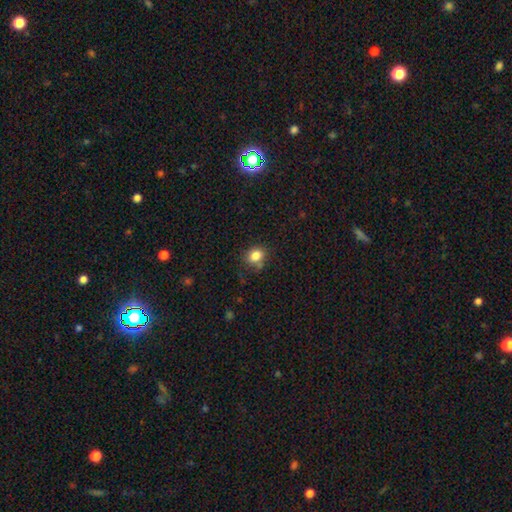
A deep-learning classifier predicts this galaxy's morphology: A smooth galaxy with no disk features (83%) that is round (63%).

Vote fractions:
- Smooth or featured? smooth: 83% / star or artifact: 12% / featured or disk: 6%
- How rounded? round: 63% / in between: 36% / cigar-shaped: 1%
- Merging? none: 74% / minor disturbance: 17% / merger: 5% / major disturbance: 4%